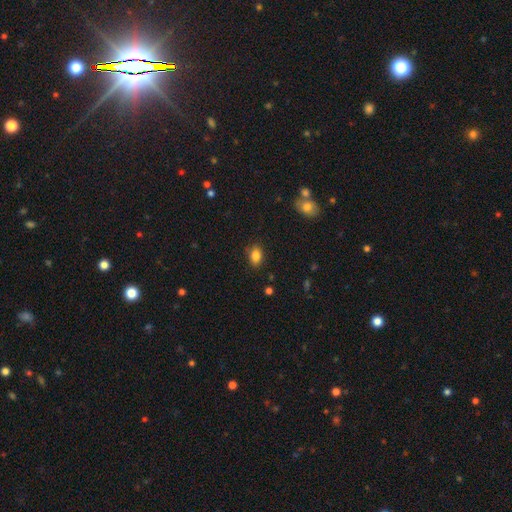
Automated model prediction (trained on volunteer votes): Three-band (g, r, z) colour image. It shows a smooth galaxy with no disk features (84%) that is in between round and cigar-shaped (78%). Merging: none (85%).